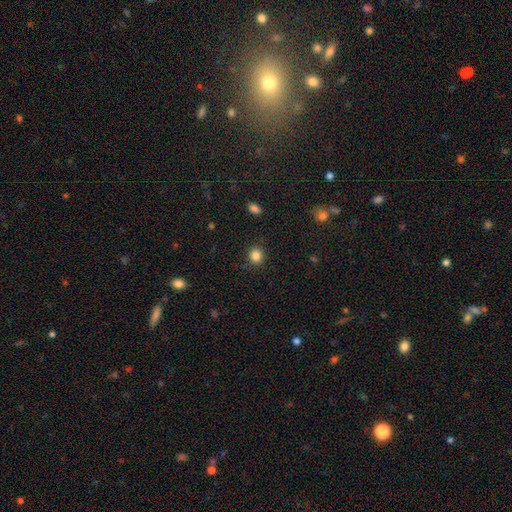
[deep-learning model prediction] Smooth or featured? smooth (85%)
How rounded? round (87%)
Merging? none (89%)